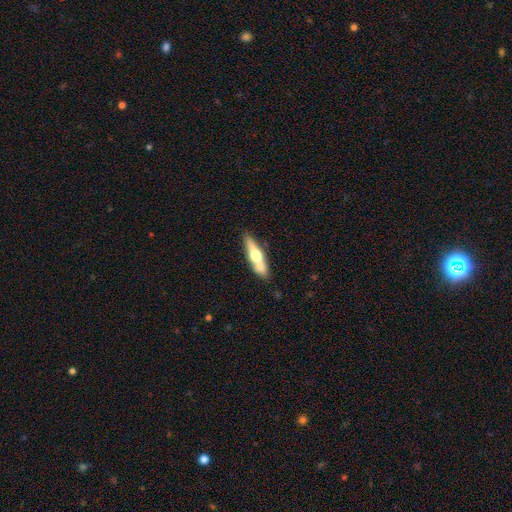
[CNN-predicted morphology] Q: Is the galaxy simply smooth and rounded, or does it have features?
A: featured or disk — 52%.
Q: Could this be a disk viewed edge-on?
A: yes — 90%.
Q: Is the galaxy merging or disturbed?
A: none — 76%.